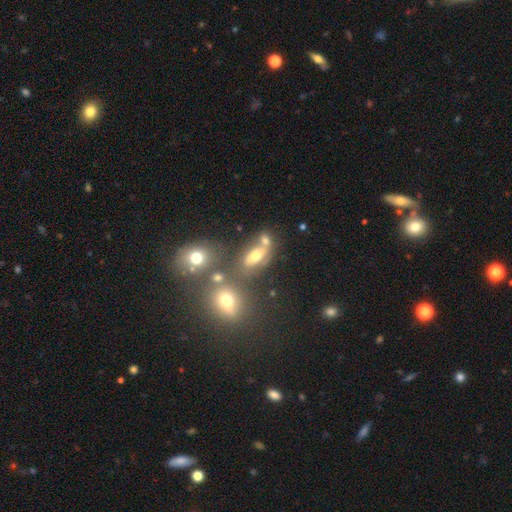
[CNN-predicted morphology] Smooth or featured: smooth — 58% (featured or disk — 24%)
How rounded: in between — 73% (round — 19%)
Merging: none — 49% (merger — 29%)